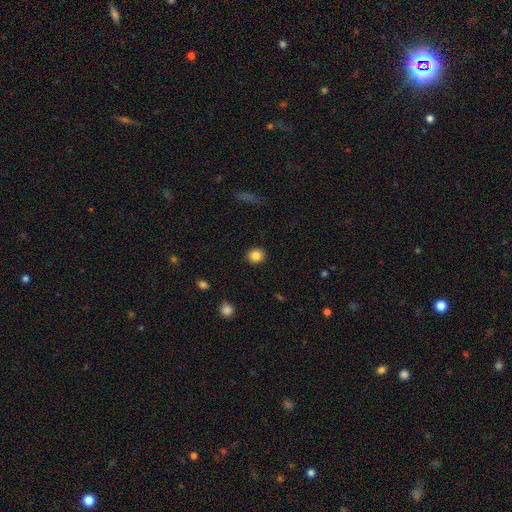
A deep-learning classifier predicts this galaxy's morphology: Overall: smooth (84%). How rounded: round (86%). Merging: none (90%).